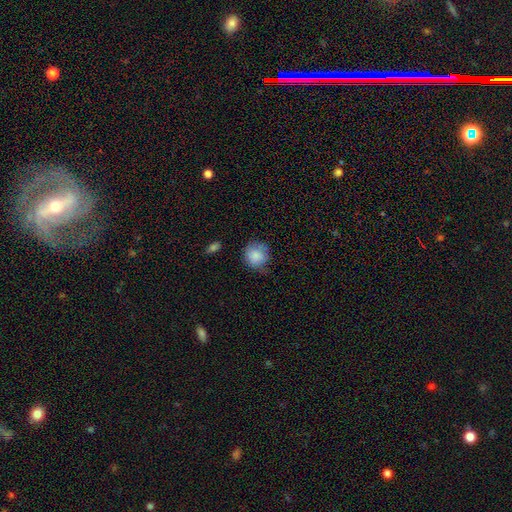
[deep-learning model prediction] Q: Smooth or featured?
A: smooth (83%); runner-up: featured or disk (9%)
Q: How rounded?
A: round (86%); runner-up: in between (13%)
Q: Merging?
A: none (59%); runner-up: minor disturbance (31%)